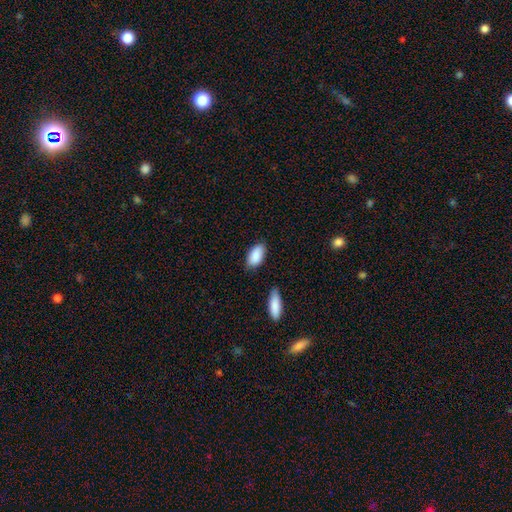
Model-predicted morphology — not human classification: Smooth or featured? smooth (89%)
How rounded? in between (93%)
Merging? none (80%)